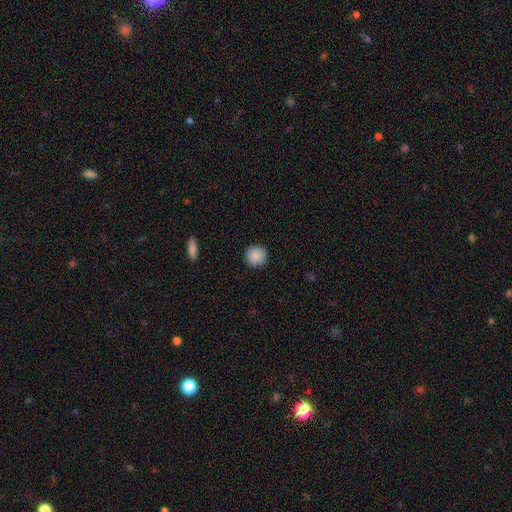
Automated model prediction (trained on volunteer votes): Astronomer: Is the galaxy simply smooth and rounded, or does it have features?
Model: smooth — 88%.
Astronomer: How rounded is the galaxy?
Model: round — 94%.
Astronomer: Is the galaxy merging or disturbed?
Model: none — 92%.